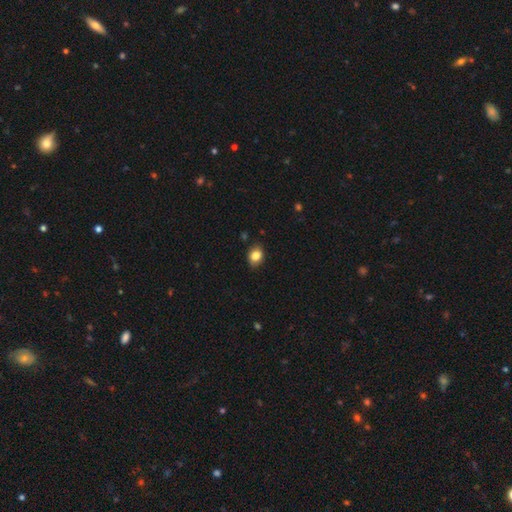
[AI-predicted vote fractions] smooth_or_featured: smooth (p=0.83) [alt: star or artifact p=0.09]
how_rounded: in between (p=0.57) [alt: round p=0.42]
merging: none (p=0.82) [alt: minor disturbance p=0.14]